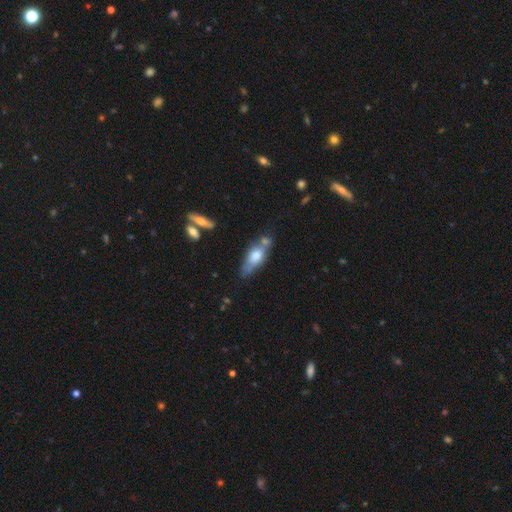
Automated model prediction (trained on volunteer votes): smooth_or_featured: smooth (p=0.60) [alt: featured or disk p=0.33]
how_rounded: in between (p=0.63) [alt: cigar-shaped p=0.33]
merging: none (p=0.48) [alt: merger p=0.23]